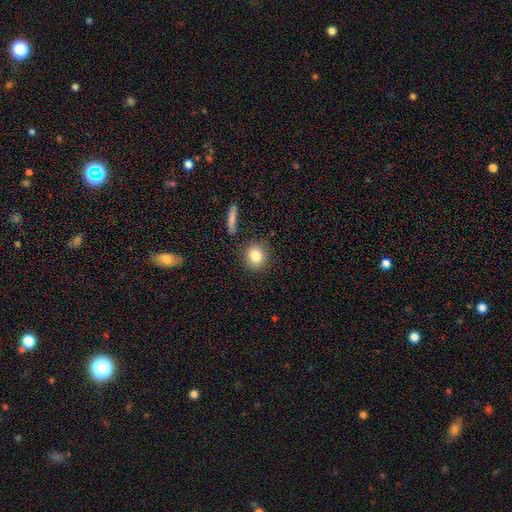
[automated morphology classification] Q: Smooth or featured?
A: smooth (83%); runner-up: star or artifact (9%)
Q: How rounded?
A: round (82%); runner-up: in between (17%)
Q: Merging?
A: none (84%); runner-up: minor disturbance (9%)